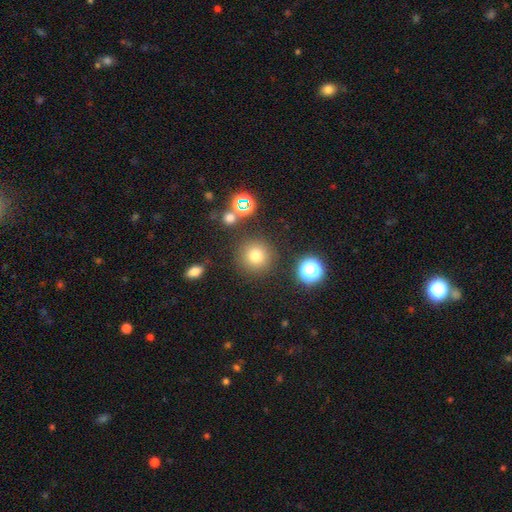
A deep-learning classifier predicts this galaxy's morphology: A smooth galaxy with no disk features (76%) that is round (94%). Merging: none (85%).